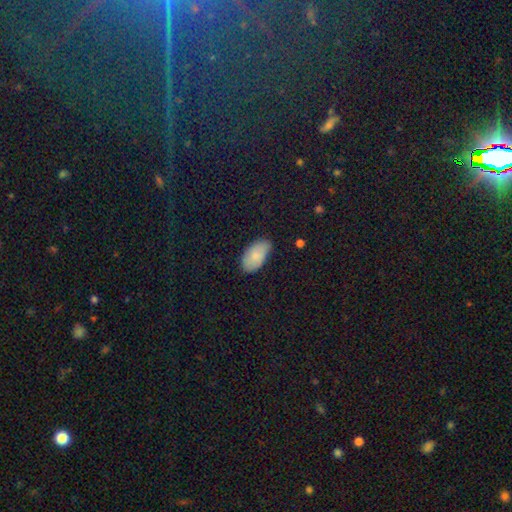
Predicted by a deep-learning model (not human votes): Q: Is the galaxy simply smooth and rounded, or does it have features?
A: smooth — 82%.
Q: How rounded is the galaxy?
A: in between — 95%.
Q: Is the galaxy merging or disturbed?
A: none — 71%.